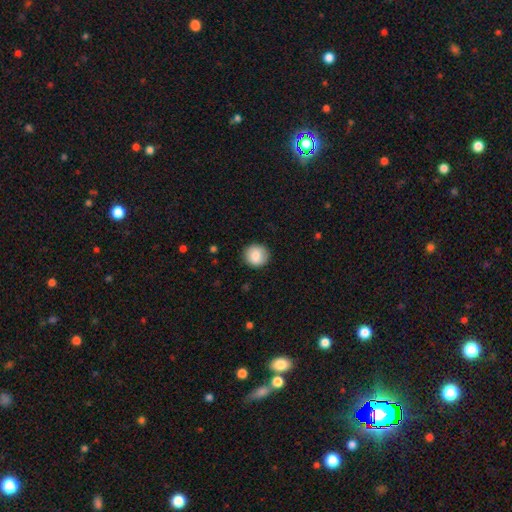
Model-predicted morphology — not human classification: type=smooth (85%); roundness=round (89%); merging=none (88%).